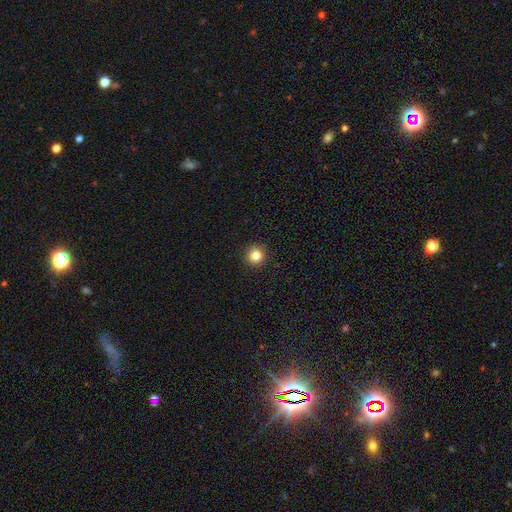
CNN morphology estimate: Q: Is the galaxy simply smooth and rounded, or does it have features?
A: smooth — 83%.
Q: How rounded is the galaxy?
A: round — 95%.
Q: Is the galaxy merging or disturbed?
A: none — 93%.